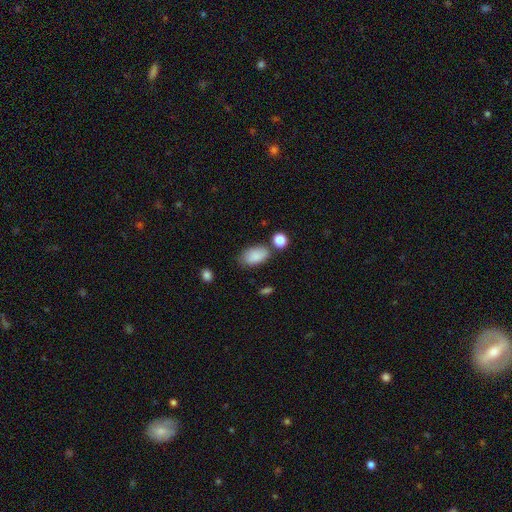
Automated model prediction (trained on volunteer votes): smooth-or-featured: smooth: 86% | star or artifact: 7% | featured or disk: 7%
  how-rounded: in between: 93% | round: 5% | cigar-shaped: 2%
  merging: none: 69% | minor disturbance: 19% | merger: 7% | major disturbance: 5%